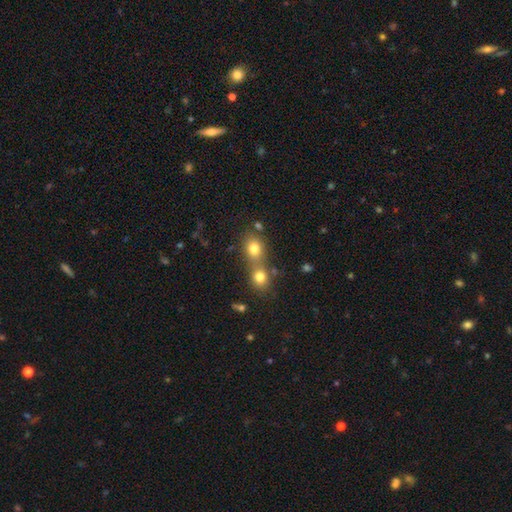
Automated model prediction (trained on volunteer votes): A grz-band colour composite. It shows a smooth galaxy with no disk features (63%) that is round (78%). Merging: merger (50%).